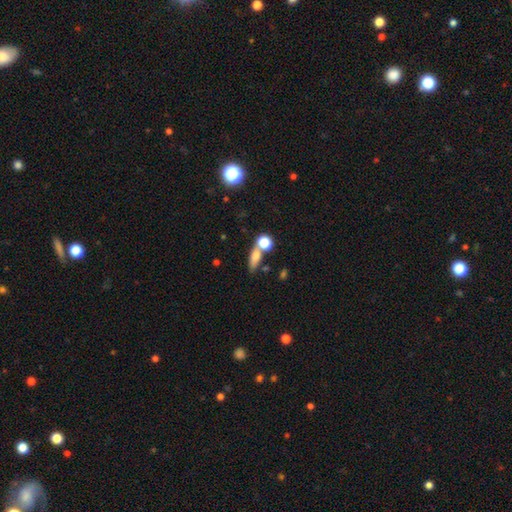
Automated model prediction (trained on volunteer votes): This is likely a smooth galaxy (72%). How rounded: possibly in between (53%). Merging: possibly none (51%).